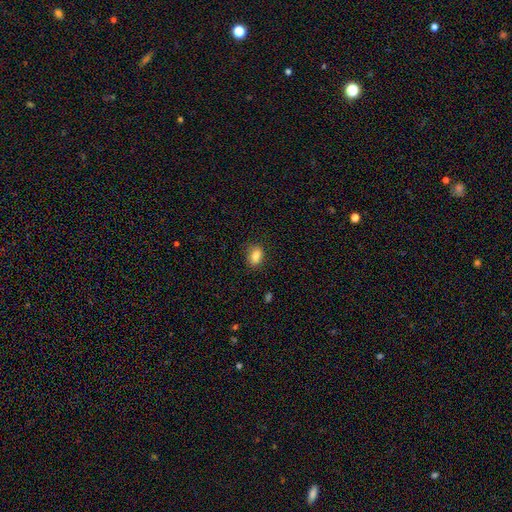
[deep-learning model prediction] A smooth galaxy with no disk features (83%) that is in between round and cigar-shaped (76%).

Vote fractions:
- Smooth or featured? smooth: 83% / star or artifact: 9% / featured or disk: 7%
- How rounded? in between: 76% / round: 22% / cigar-shaped: 2%
- Merging? none: 81% / minor disturbance: 15% / major disturbance: 3% / merger: 2%